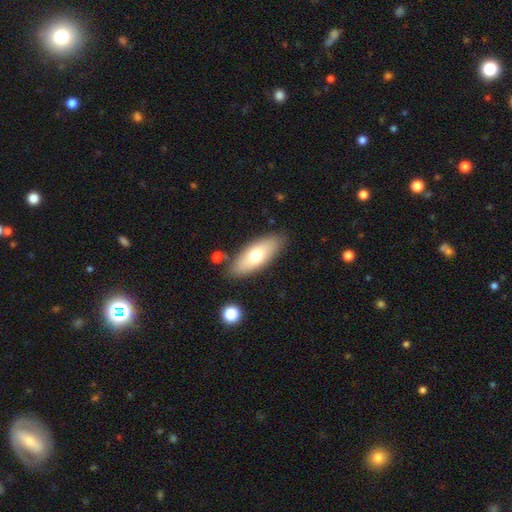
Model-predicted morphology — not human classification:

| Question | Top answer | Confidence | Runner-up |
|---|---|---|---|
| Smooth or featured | smooth | 66% | featured or disk (27%) |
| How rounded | in between | 75% | cigar-shaped (23%) |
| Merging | none | 84% | minor disturbance (11%) |